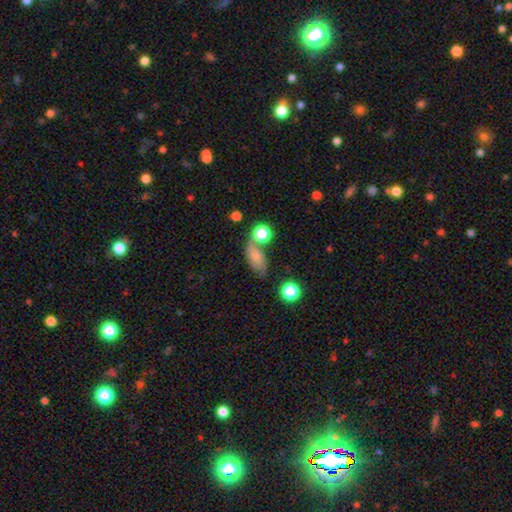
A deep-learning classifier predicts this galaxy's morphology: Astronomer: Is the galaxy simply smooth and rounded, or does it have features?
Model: smooth — 63%.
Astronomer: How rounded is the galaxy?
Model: in between — 76%.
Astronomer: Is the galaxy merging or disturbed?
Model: none — 47%.